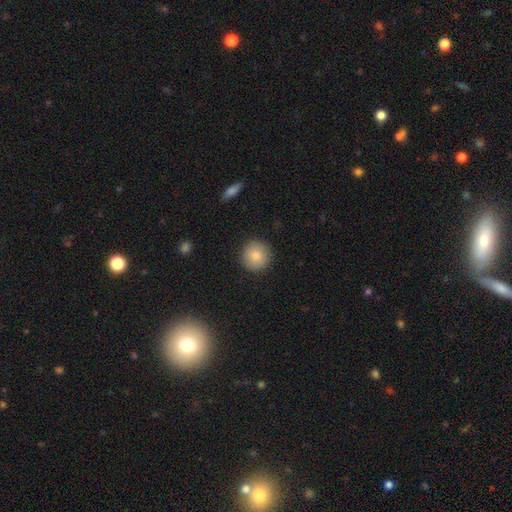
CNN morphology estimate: Smooth or featured: smooth — 83% (featured or disk — 9%)
How rounded: round — 95% (in between — 4%)
Merging: none — 91% (minor disturbance — 6%)